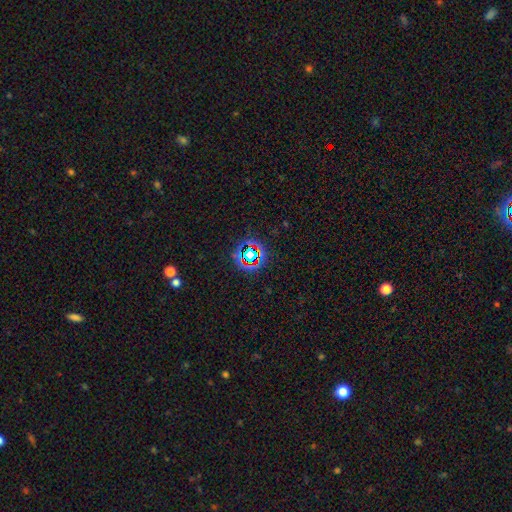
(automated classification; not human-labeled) smooth-or-featured: star or artifact: 66% | smooth: 21% | featured or disk: 13%